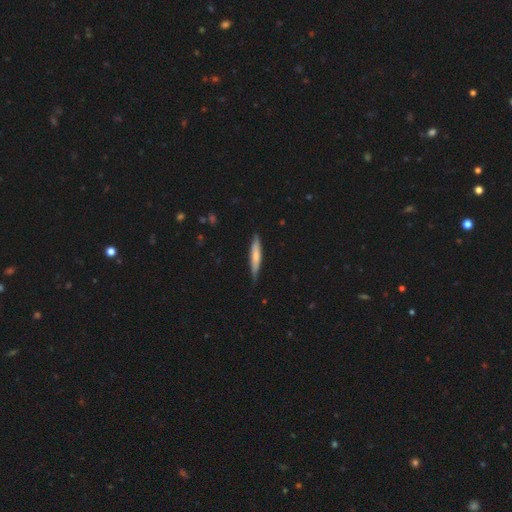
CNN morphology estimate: Q: Smooth or featured?
A: smooth (64%); runner-up: featured or disk (31%)
Q: How rounded?
A: cigar-shaped (90%); runner-up: in between (8%)
Q: Merging?
A: none (80%); runner-up: minor disturbance (17%)